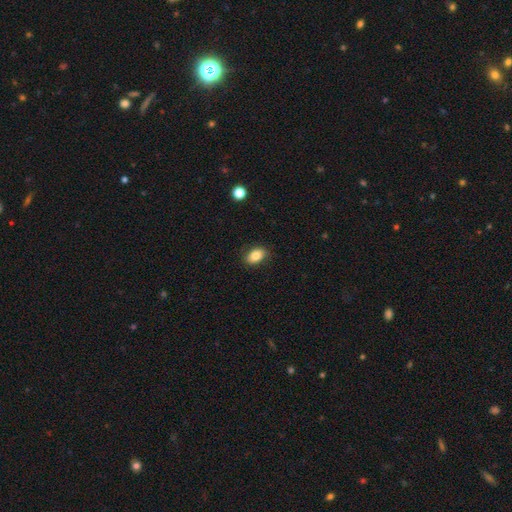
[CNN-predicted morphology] The model was most divided on "merging": none: 85%, minor disturbance: 11%, major disturbance: 3%, merger: 1%. More confident: how rounded — in between (87%); smooth or featured — smooth (83%).